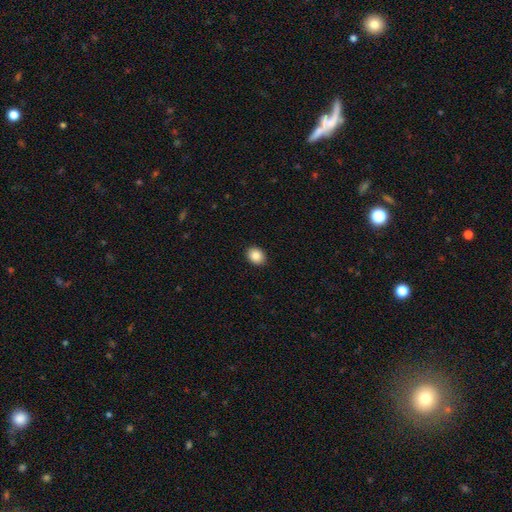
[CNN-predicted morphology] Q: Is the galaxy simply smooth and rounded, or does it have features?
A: smooth — 87%.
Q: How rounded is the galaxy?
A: in between — 50%.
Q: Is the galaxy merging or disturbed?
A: none — 91%.